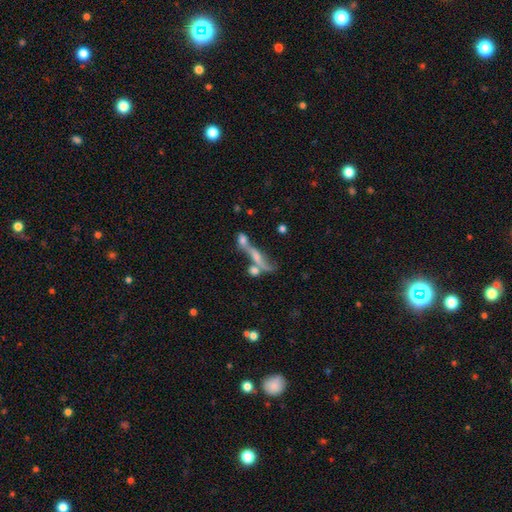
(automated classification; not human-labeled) A featured or disk galaxy (49%).

Vote fractions:
- Smooth or featured? featured or disk: 49% / smooth: 37% / star or artifact: 14%
- Merging? merger: 42% / none: 31% / major disturbance: 14% / minor disturbance: 12%